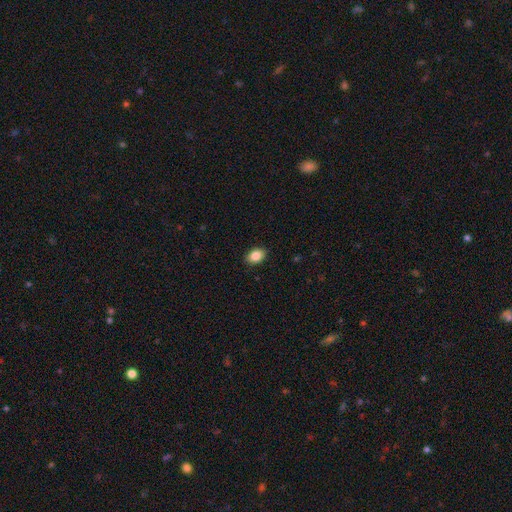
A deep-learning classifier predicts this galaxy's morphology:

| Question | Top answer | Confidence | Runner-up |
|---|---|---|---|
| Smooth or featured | smooth | 86% | star or artifact (8%) |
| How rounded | in between | 79% | round (20%) |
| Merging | none | 89% | minor disturbance (8%) |